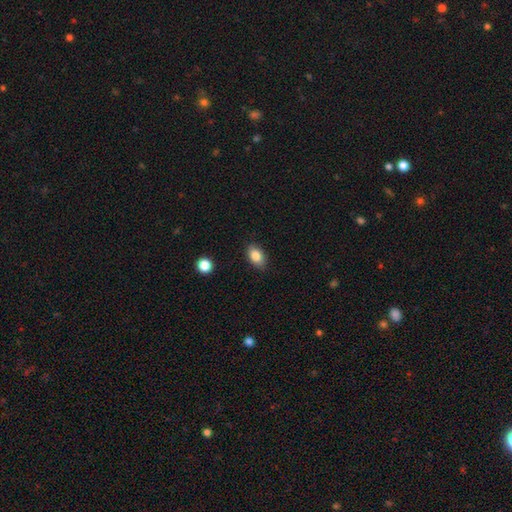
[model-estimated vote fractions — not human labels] Q: Smooth or featured?
A: smooth (85%); runner-up: star or artifact (8%)
Q: How rounded?
A: in between (88%); runner-up: round (11%)
Q: Merging?
A: none (86%); runner-up: minor disturbance (11%)